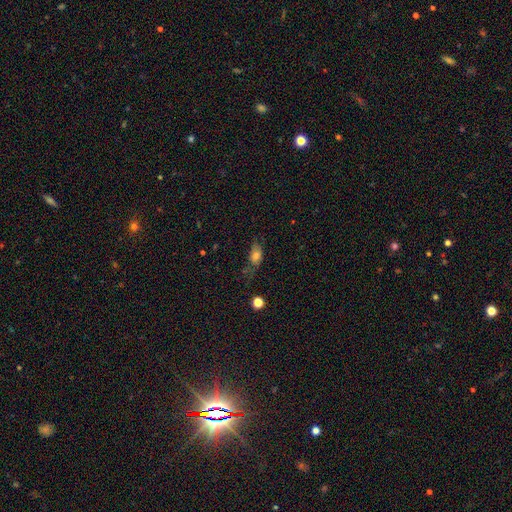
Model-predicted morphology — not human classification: This is likely a smooth galaxy (72%). How rounded: clearly in between (81%). Merging: marginally none (44%).